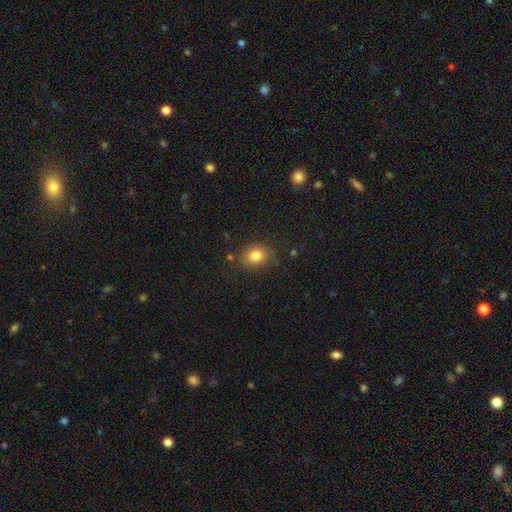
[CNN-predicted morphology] Smooth or featured? smooth (82%)
How rounded? round (60%)
Merging? none (79%)